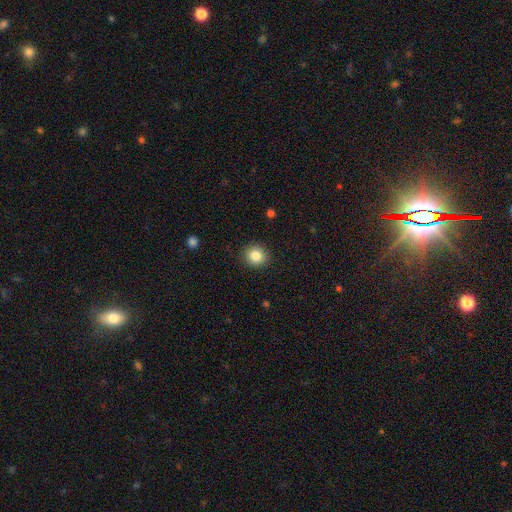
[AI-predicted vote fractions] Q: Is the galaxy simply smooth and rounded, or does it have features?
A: smooth — 84%.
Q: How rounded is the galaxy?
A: round — 88%.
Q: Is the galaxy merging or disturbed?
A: none — 91%.